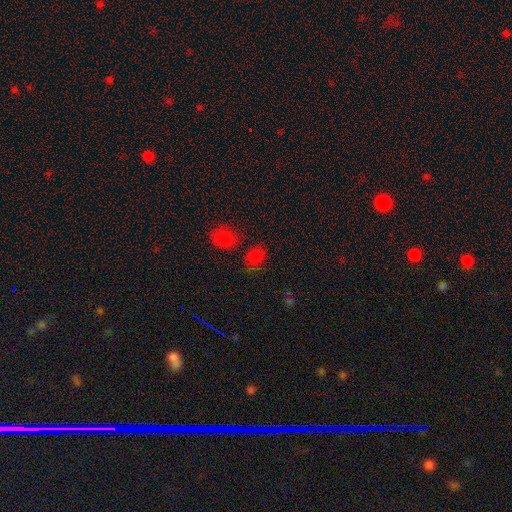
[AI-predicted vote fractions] A smooth galaxy with no disk features (72%) that is in between round and cigar-shaped (56%).

Vote fractions:
- Smooth or featured? smooth: 72% / star or artifact: 19% / featured or disk: 9%
- How rounded? in between: 56% / round: 42% / cigar-shaped: 2%
- Merging? none: 58% / minor disturbance: 19% / merger: 15% / major disturbance: 8%